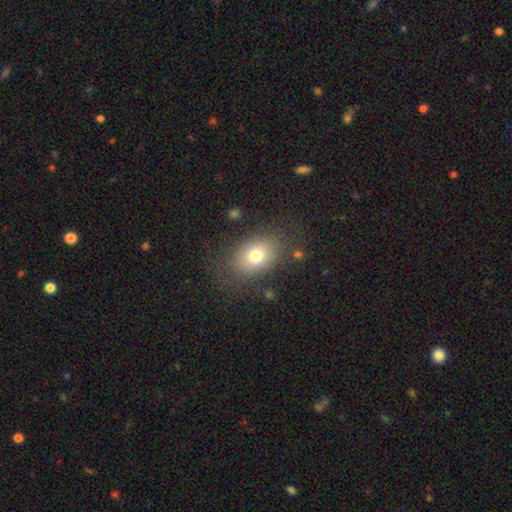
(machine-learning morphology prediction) Smooth or featured: smooth — 74% (featured or disk — 15%)
How rounded: in between — 72% (round — 27%)
Merging: none — 77% (minor disturbance — 13%)